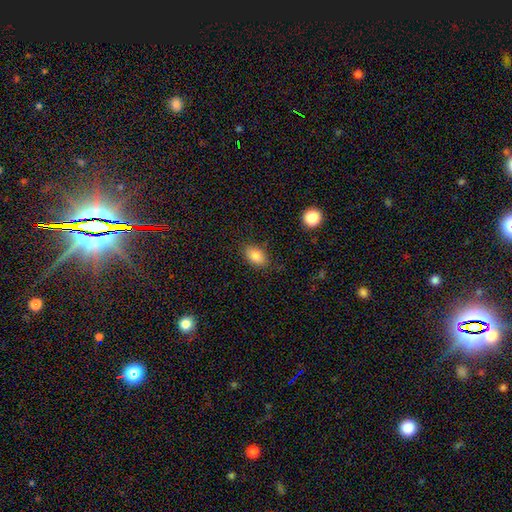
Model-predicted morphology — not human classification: The model was most divided on "merging": none: 82%, minor disturbance: 13%, major disturbance: 3%, merger: 2%. More confident: how rounded — in between (88%); smooth or featured — smooth (85%).